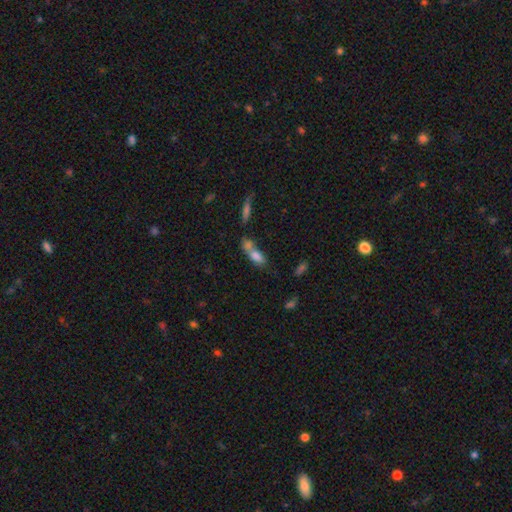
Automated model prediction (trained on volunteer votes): A smooth galaxy with no disk features (76%) that is in between round and cigar-shaped (74%). Merging: merger (61%).